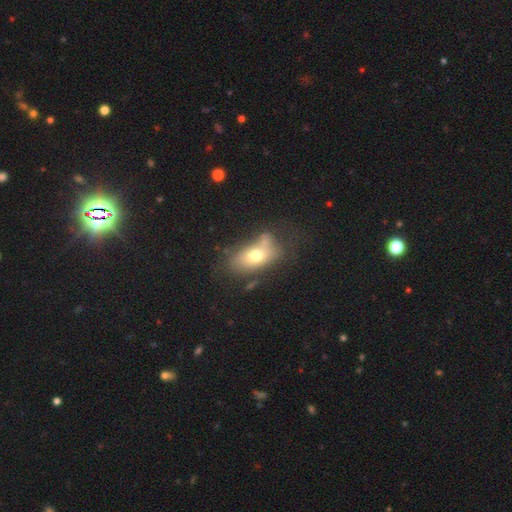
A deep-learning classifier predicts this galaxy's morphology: This appears to be a smooth galaxy with no disk features (65%) that is in between round and cigar-shaped (86%). Merging: none (47%).